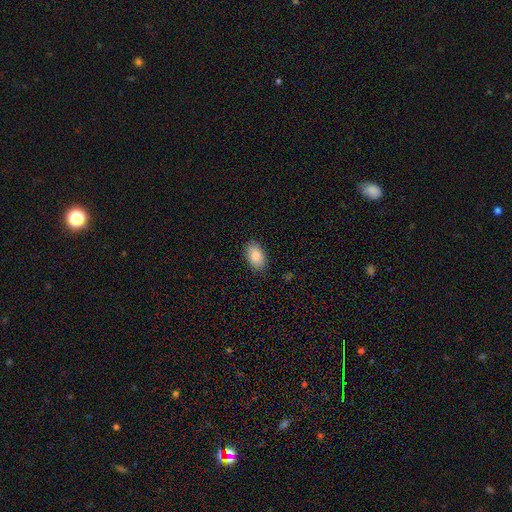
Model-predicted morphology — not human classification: smooth 83%, featured or disk 10%, star or artifact 7%. Down the decision tree: how rounded — in between (92%); merging — none (86%).